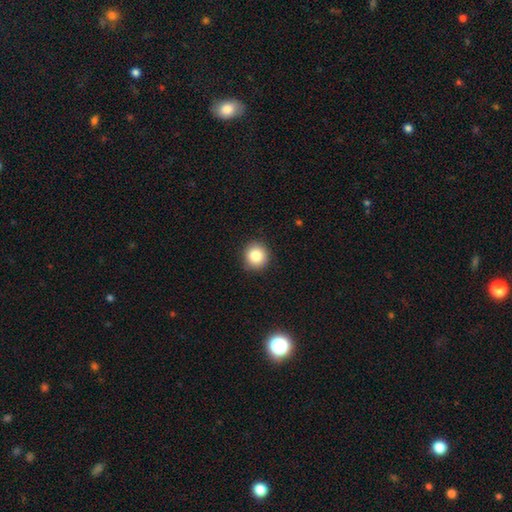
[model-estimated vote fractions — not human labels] A smooth galaxy with no disk features (84%) that is round (92%).

Vote fractions:
- Smooth or featured? smooth: 84% / star or artifact: 10% / featured or disk: 6%
- How rounded? round: 92% / in between: 7% / cigar-shaped: 1%
- Merging? none: 90% / minor disturbance: 7% / major disturbance: 2% / merger: 1%